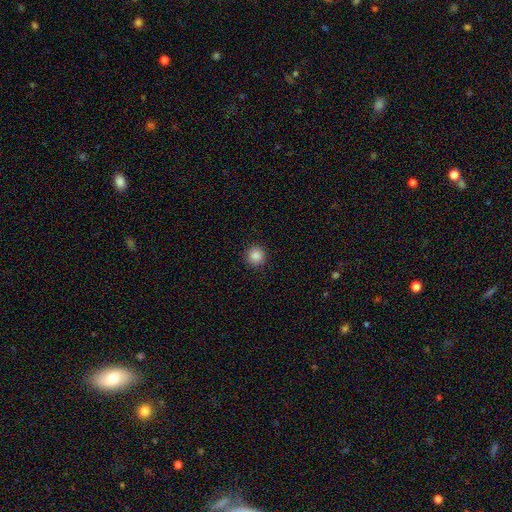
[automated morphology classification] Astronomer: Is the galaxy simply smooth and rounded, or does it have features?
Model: smooth — 86%.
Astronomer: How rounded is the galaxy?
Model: round — 94%.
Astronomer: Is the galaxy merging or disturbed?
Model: none — 92%.